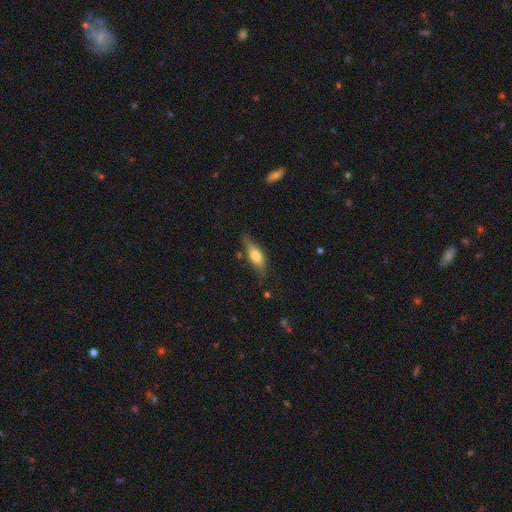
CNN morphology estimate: The model was most divided on "how rounded" (2-way tie): cigar-shaped: 49%, in between: 49%, round: 3%. More confident: merging — none (68%); smooth or featured — smooth (59%).